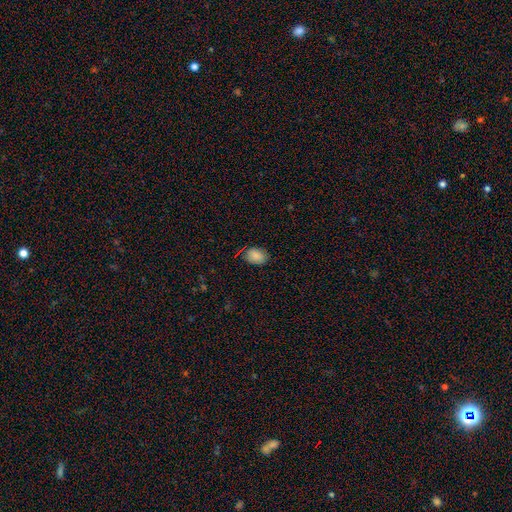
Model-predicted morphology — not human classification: Smooth or featured? smooth (86%)
How rounded? in between (79%)
Merging? none (79%)